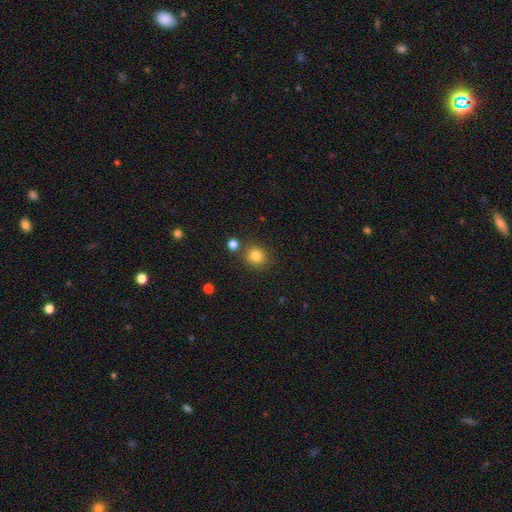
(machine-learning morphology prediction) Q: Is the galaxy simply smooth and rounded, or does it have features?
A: smooth — 82%.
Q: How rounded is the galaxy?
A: round — 81%.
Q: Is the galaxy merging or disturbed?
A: none — 80%.